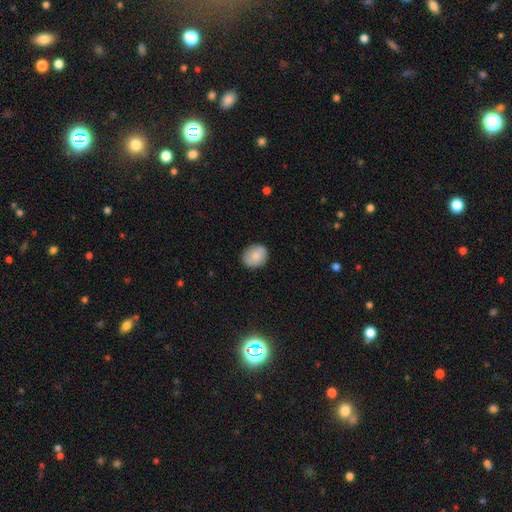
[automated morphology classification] type=smooth (79%); roundness=in between (50%); merging=none (84%).